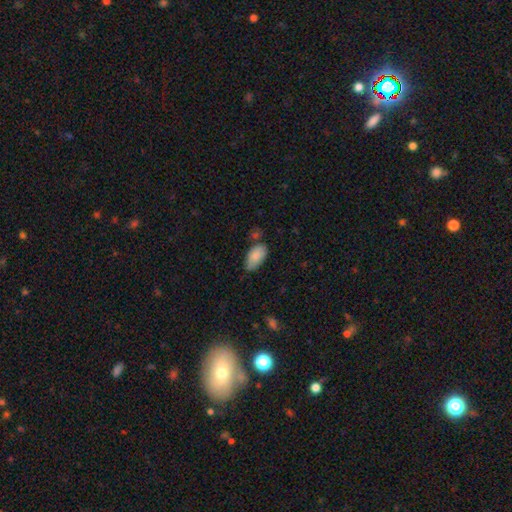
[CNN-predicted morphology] Smooth or featured?
  - smooth: 86% *
  - featured or disk: 8%
  - star or artifact: 7%
How rounded?
  - in between: 94% *
  - round: 3%
  - cigar-shaped: 3%
Merging?
  - none: 60% *
  - minor disturbance: 28%
  - merger: 7%
  - major disturbance: 5%